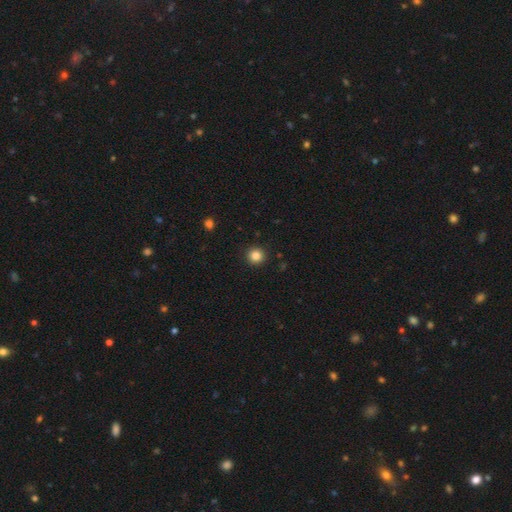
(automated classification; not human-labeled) A smooth galaxy with no disk features (84%) that is round (95%).

Vote fractions:
- Smooth or featured? smooth: 84% / star or artifact: 11% / featured or disk: 4%
- How rounded? round: 95% / in between: 4% / cigar-shaped: 1%
- Merging? none: 93% / minor disturbance: 5% / major disturbance: 2% / merger: 1%